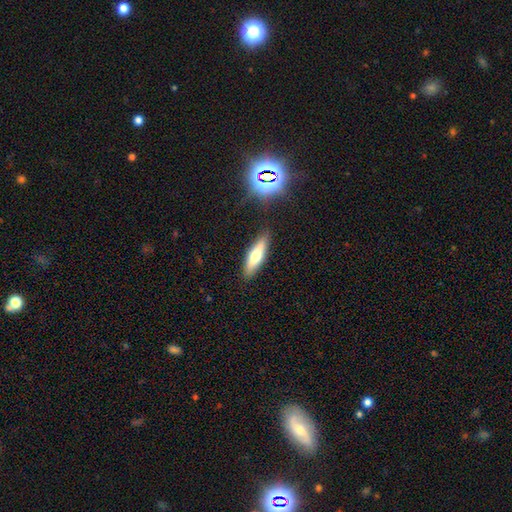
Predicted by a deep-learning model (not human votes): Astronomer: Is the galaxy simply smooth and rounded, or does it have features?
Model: smooth — 60%.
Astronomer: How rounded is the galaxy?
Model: cigar-shaped — 63%.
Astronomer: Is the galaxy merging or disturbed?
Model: none — 85%.